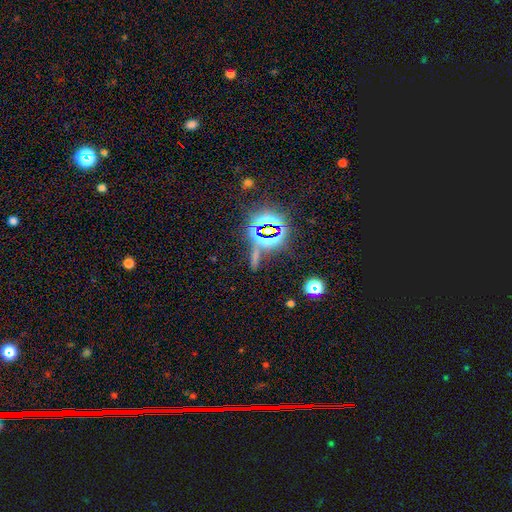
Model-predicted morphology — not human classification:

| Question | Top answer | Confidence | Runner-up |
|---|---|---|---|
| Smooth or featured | star or artifact | 65% | smooth (22%) |